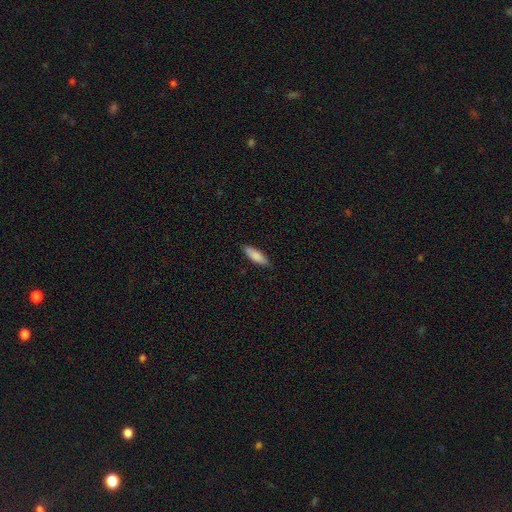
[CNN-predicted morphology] smooth 84%, featured or disk 10%, star or artifact 6%. Down the decision tree: how rounded — cigar-shaped (54%); merging — none (86%).